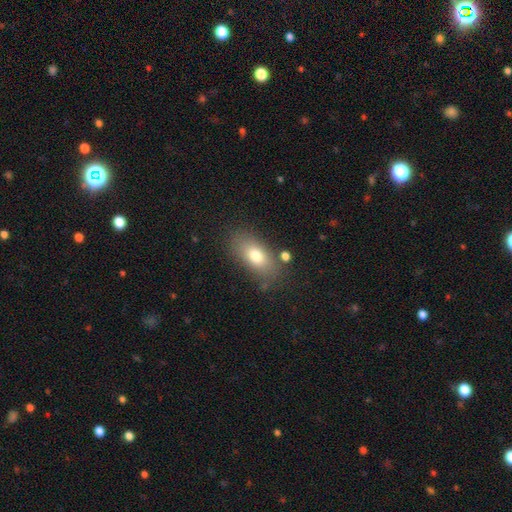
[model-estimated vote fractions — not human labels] The model was most divided on "smooth or featured": smooth: 75%, featured or disk: 16%, star or artifact: 9%. More confident: how rounded — in between (86%); merging — none (78%).